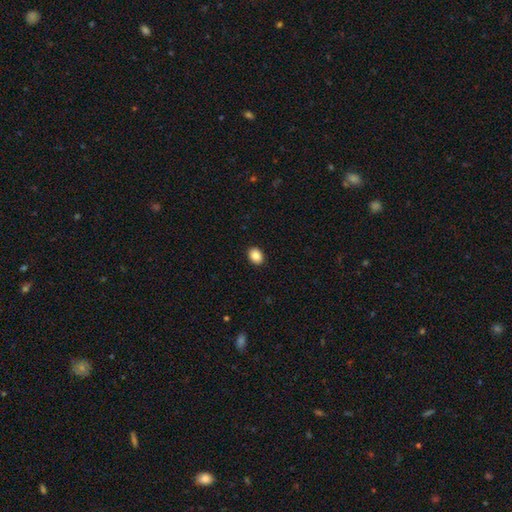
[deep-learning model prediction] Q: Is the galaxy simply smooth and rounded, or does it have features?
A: smooth — 88%.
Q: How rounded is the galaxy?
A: in between — 64%.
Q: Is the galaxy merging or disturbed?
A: none — 91%.